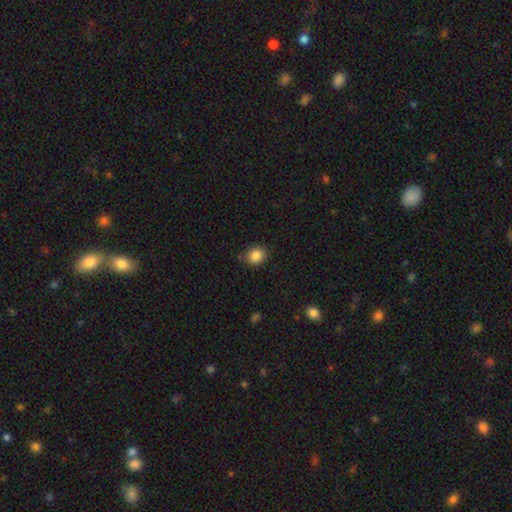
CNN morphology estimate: A smooth galaxy with no disk features (85%) that is round (68%).

Vote fractions:
- Smooth or featured? smooth: 85% / star or artifact: 10% / featured or disk: 5%
- How rounded? round: 68% / in between: 31% / cigar-shaped: 1%
- Merging? none: 81% / minor disturbance: 14% / major disturbance: 3% / merger: 2%